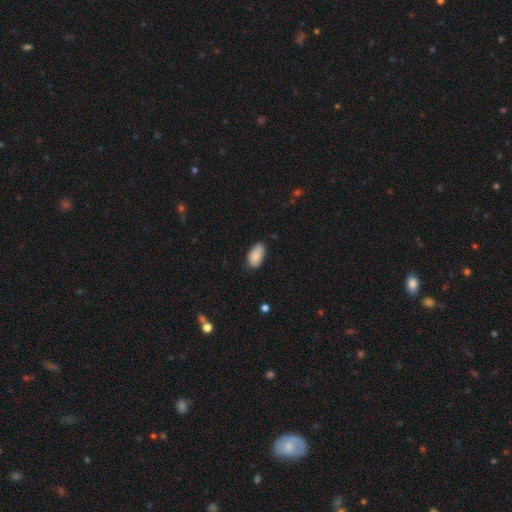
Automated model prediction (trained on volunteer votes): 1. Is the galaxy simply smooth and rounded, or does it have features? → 87% smooth, 6% star or artifact, 6% featured or disk.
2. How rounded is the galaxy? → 94% in between, 3% cigar-shaped, 3% round.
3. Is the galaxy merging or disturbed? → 73% none, 22% minor disturbance, 3% major disturbance, 1% merger.